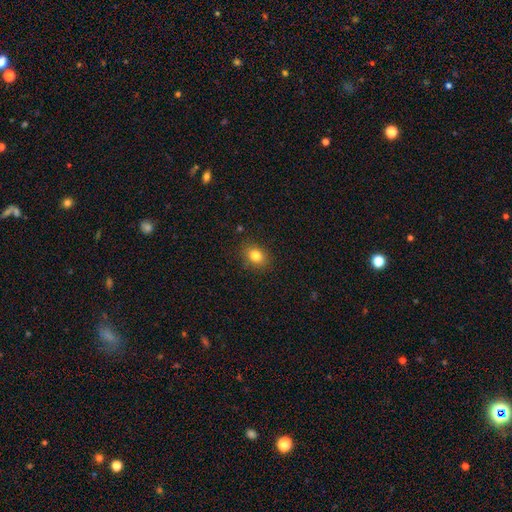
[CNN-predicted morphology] The model was most divided on "how rounded": in between: 56%, round: 43%, cigar-shaped: 1%. More confident: merging — none (87%); smooth or featured — smooth (81%).